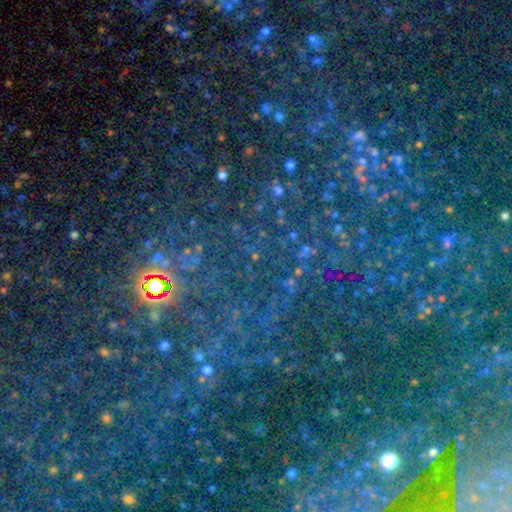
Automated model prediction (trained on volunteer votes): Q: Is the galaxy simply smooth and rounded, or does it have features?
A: star or artifact — 79%.